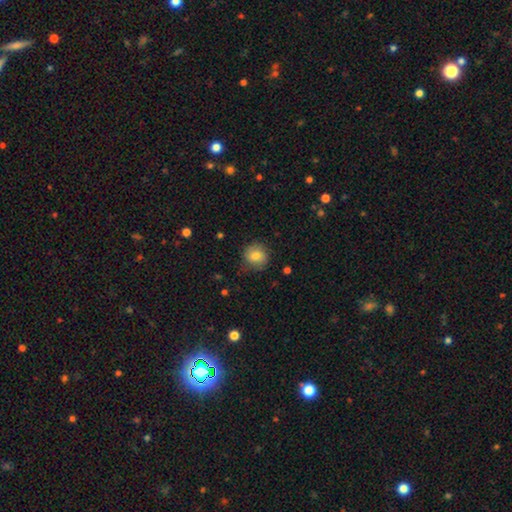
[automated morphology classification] The model was most divided on "merging": none: 77%, minor disturbance: 17%, major disturbance: 5%, merger: 1%. More confident: how rounded — round (85%); smooth or featured — smooth (78%).